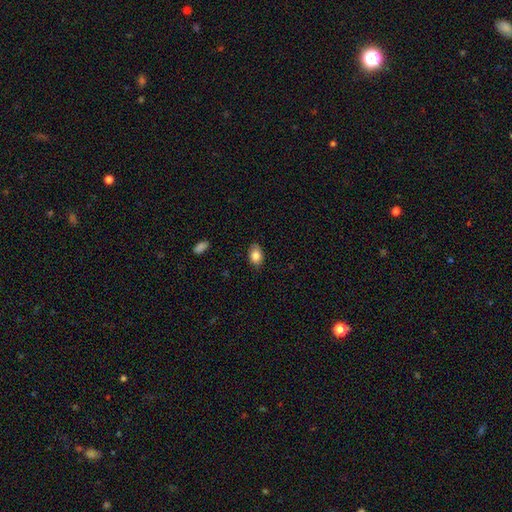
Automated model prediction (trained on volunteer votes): Smooth or featured: smooth — 84% (featured or disk — 8%)
How rounded: in between — 85% (round — 14%)
Merging: none — 82% (minor disturbance — 14%)